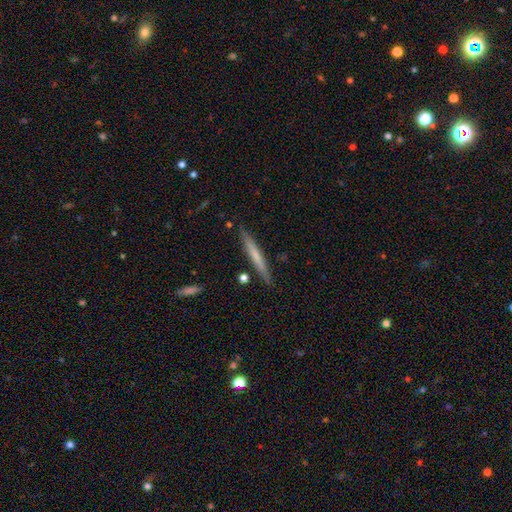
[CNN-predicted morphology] Overall: smooth (55%; featured or disk 39%). How rounded: cigar-shaped (96%). Merging: none (87%).